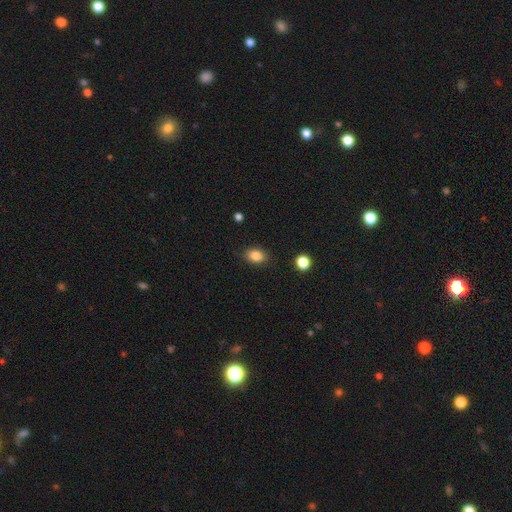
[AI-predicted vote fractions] Morphology: type=smooth (84%); roundness=in between (77%); merging=none (86%).